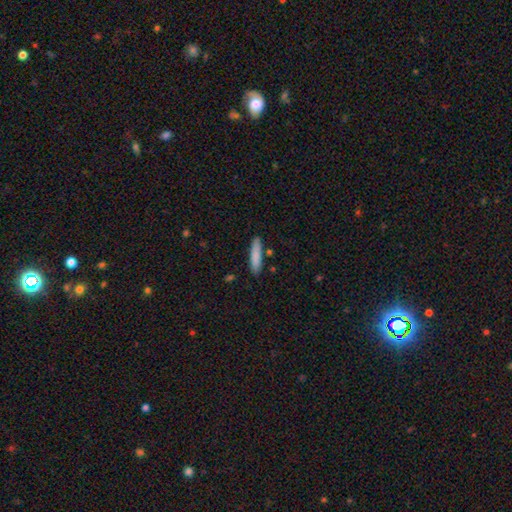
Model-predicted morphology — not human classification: smooth 83%, featured or disk 11%, star or artifact 6%. Down the decision tree: how rounded — cigar-shaped (84%); merging — none (84%).